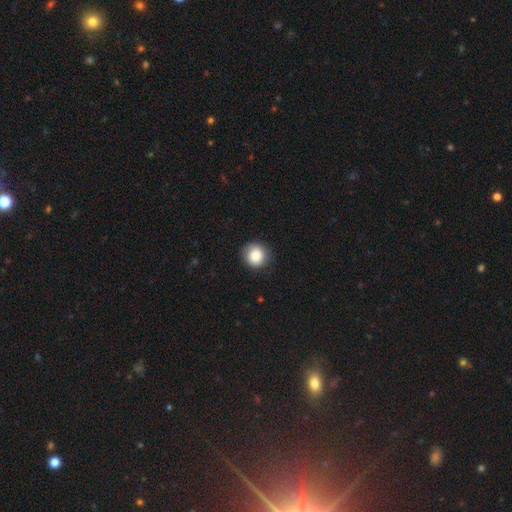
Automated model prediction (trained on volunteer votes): smooth_or_featured: smooth (p=0.85) [alt: star or artifact p=0.08]
how_rounded: round (p=0.91) [alt: in between p=0.08]
merging: none (p=0.84) [alt: minor disturbance p=0.12]